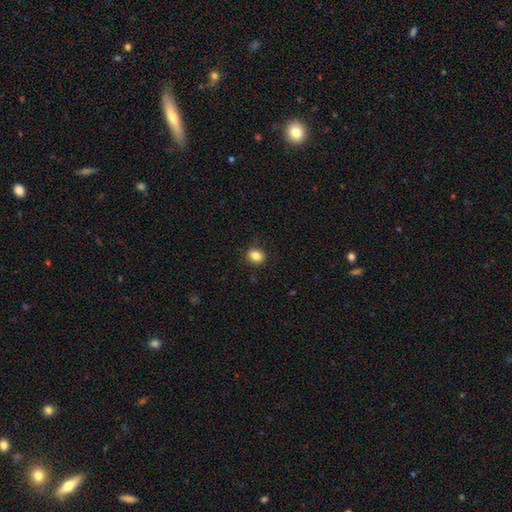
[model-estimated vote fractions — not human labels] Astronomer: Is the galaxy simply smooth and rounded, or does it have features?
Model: smooth — 84%.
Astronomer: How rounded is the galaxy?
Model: round — 65%.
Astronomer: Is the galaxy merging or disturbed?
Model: none — 87%.